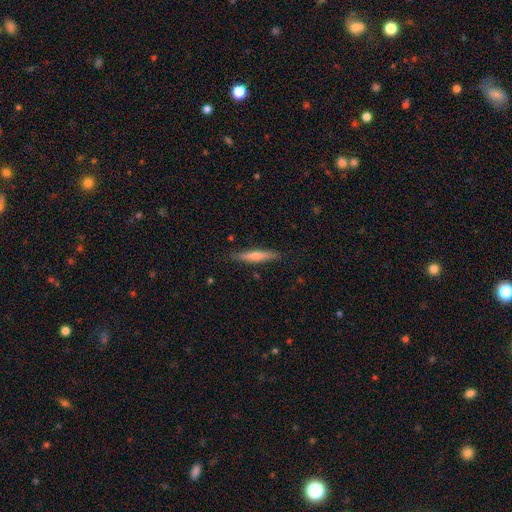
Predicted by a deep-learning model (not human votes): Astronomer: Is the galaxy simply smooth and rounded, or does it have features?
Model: smooth — 55% (runner-up: featured or disk, 39%).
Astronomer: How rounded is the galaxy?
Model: cigar-shaped — 92%.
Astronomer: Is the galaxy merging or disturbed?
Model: none — 87%.